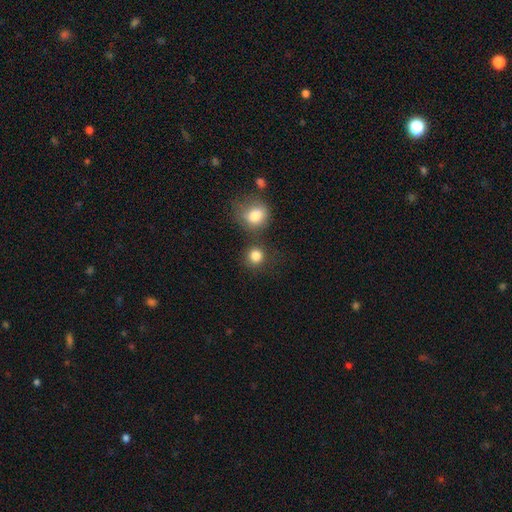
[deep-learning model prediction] Morphology: type=smooth (83%); roundness=round (88%); merging=none (67%).